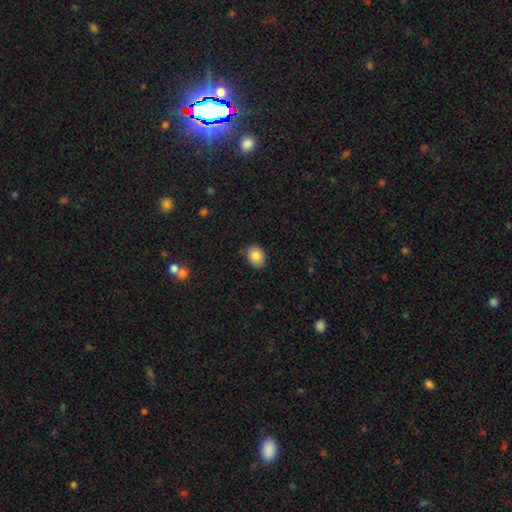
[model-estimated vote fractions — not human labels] This appears to be a smooth galaxy with no disk features (83%) that is in between round and cigar-shaped (70%). Merging: none (83%).